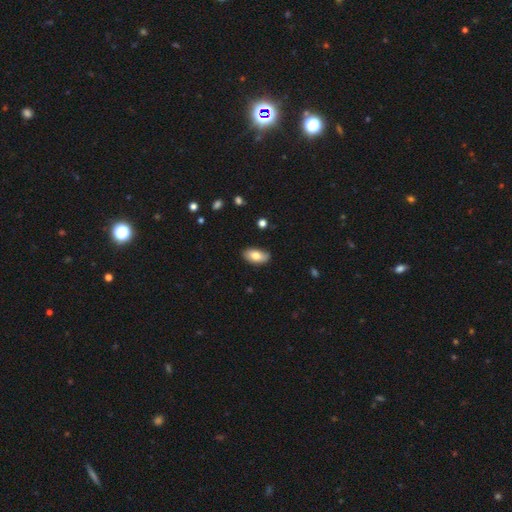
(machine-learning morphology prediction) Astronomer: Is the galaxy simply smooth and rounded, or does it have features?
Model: smooth — 77%.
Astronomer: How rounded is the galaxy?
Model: in between — 93%.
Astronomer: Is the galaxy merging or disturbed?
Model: none — 83%.